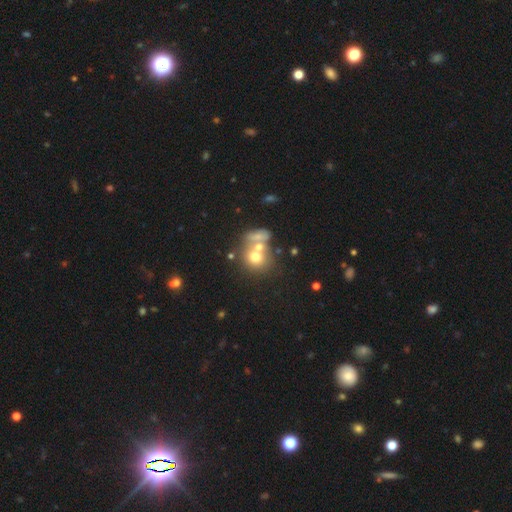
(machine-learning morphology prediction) smooth-or-featured: smooth: 61% | featured or disk: 24% | star or artifact: 15%
  how-rounded: round: 73% | in between: 26% | cigar-shaped: 1%
  merging: merger: 48% | none: 36% | minor disturbance: 10% | major disturbance: 7%